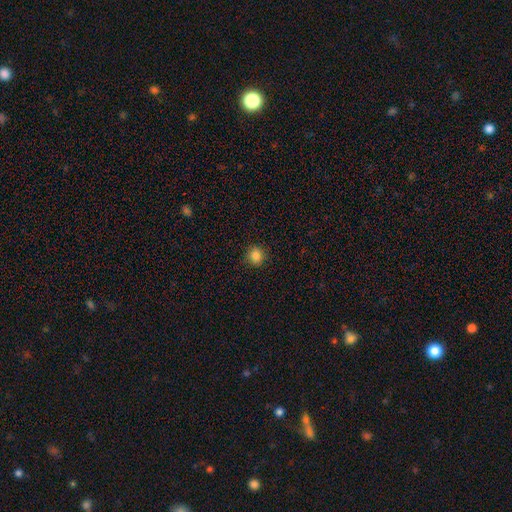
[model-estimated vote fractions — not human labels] smooth 85%, star or artifact 11%, featured or disk 3%. Down the decision tree: how rounded — round (87%); merging — none (89%).